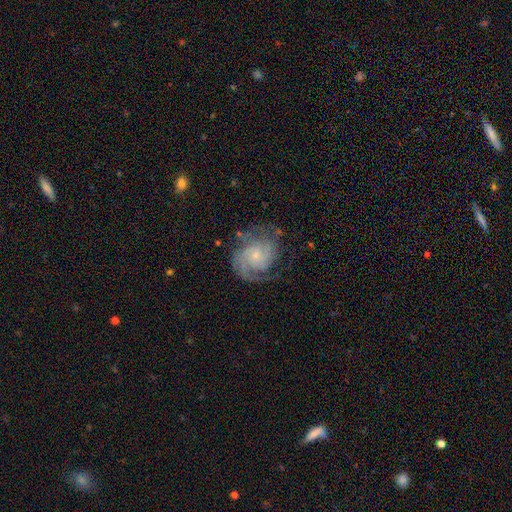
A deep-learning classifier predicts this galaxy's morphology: smooth_or_featured: featured or disk (p=0.87) [alt: smooth p=0.07]
disk_edge_on: no (p=0.98) [alt: yes p=0.02]
bar: no (p=0.71) [alt: weak p=0.25]
has_spiral_arms: yes (p=0.97) [alt: no p=0.03]
spiral_winding: tight (p=0.51) [alt: medium p=0.39]
spiral_arm_count: 2 (p=0.42) [alt: 3 p=0.24]
bulge_size: small (p=0.75) [alt: moderate p=0.17]
merging: none (p=0.71) [alt: minor disturbance p=0.18]